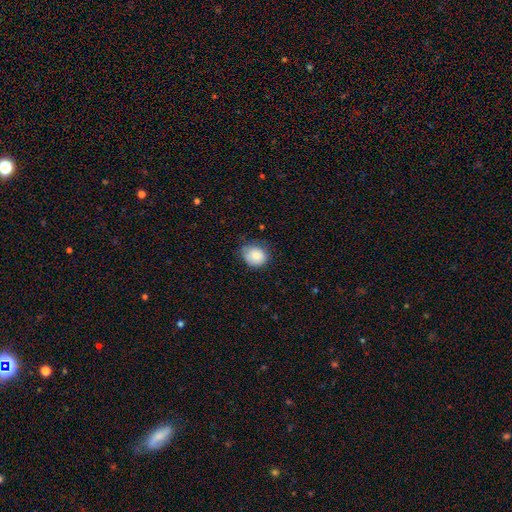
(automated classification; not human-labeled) Q: Smooth or featured?
A: smooth (86%); runner-up: star or artifact (8%)
Q: How rounded?
A: round (65%); runner-up: in between (35%)
Q: Merging?
A: none (64%); runner-up: minor disturbance (29%)